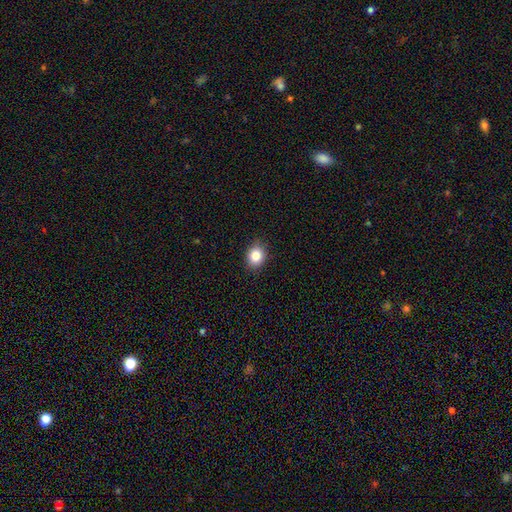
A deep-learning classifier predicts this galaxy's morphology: Overall: smooth (83%). How rounded: round (56%; in between 43%). Merging: none (89%).